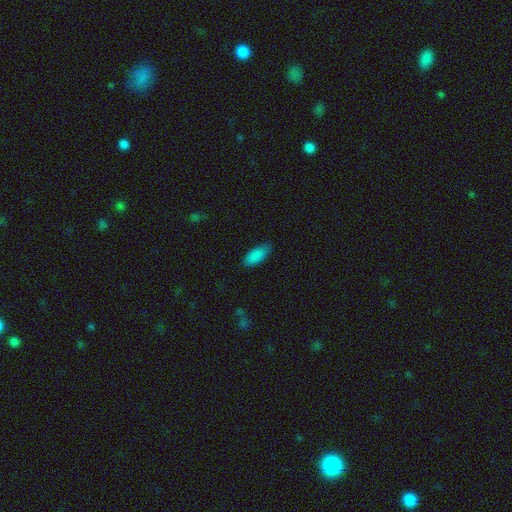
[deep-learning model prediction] Morphology: type=smooth (88%); roundness=in between (84%); merging=none (80%).